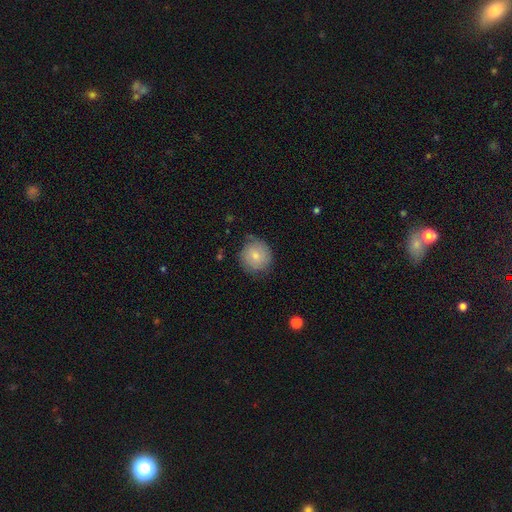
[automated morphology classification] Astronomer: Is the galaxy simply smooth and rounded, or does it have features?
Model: smooth — 74%.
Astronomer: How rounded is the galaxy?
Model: round — 92%.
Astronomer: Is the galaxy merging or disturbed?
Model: none — 75%.